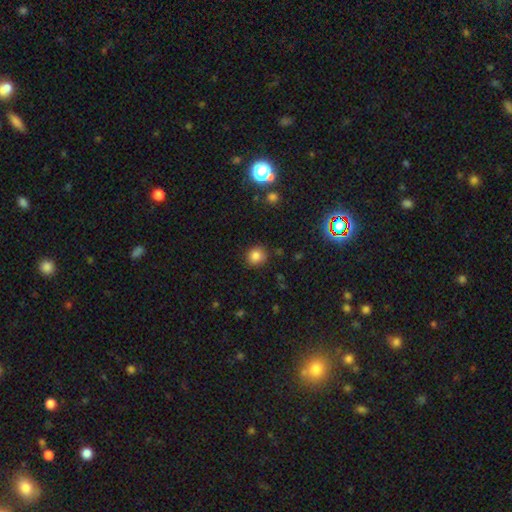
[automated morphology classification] Smooth or featured? smooth (81%)
How rounded? round (87%)
Merging? none (86%)